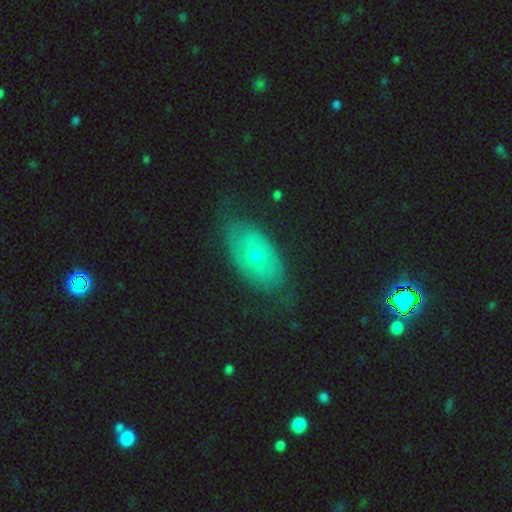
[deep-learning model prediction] smooth_or_featured: featured or disk (p=0.62) [alt: smooth p=0.30]
disk_edge_on: no (p=0.90) [alt: yes p=0.10]
bar: no (p=0.81) [alt: weak p=0.16]
has_spiral_arms: yes (p=0.55) [alt: no p=0.45]
bulge_size: moderate (p=0.60) [alt: small p=0.36]
merging: none (p=0.68) [alt: minor disturbance p=0.22]